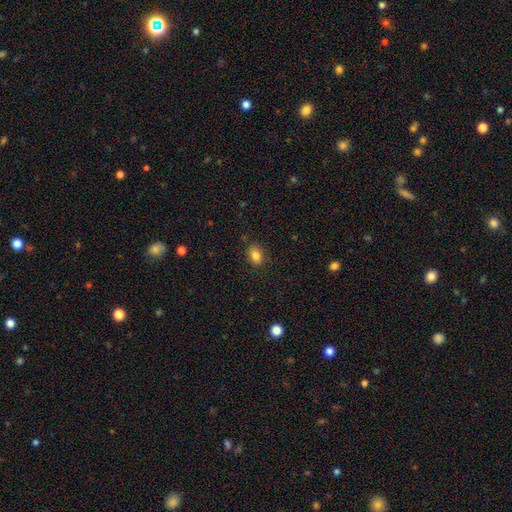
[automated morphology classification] This is clearly a smooth galaxy (84%). How rounded: likely in between (72%). Merging: clearly none (83%).